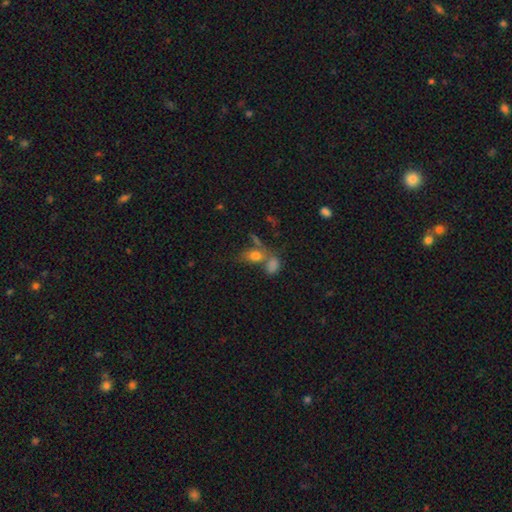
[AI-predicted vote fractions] Smooth or featured: smooth — 71% (featured or disk — 16%)
How rounded: in between — 76% (round — 19%)
Merging: none — 39% (tied with merger — 39%)